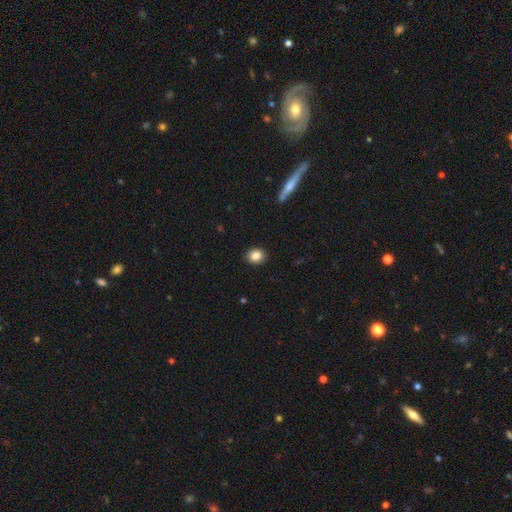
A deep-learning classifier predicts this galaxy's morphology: This appears to be a smooth galaxy with no disk features (86%) that is round (66%). Merging: none (91%).